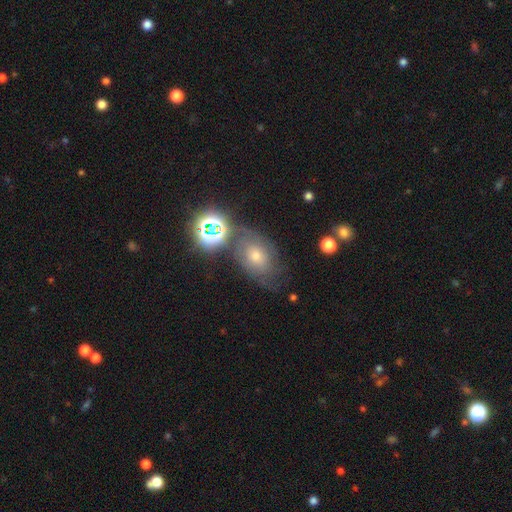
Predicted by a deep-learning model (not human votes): This is marginally a featured or disk galaxy (44%). Merging: possibly none (60%).